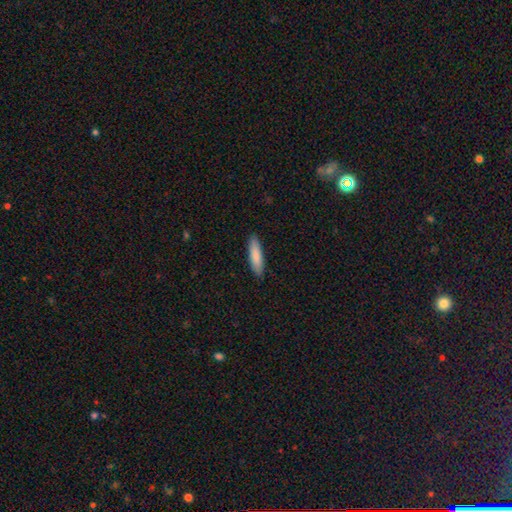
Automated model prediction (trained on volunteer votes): Smooth or featured? smooth (85%)
How rounded? cigar-shaped (69%)
Merging? none (89%)